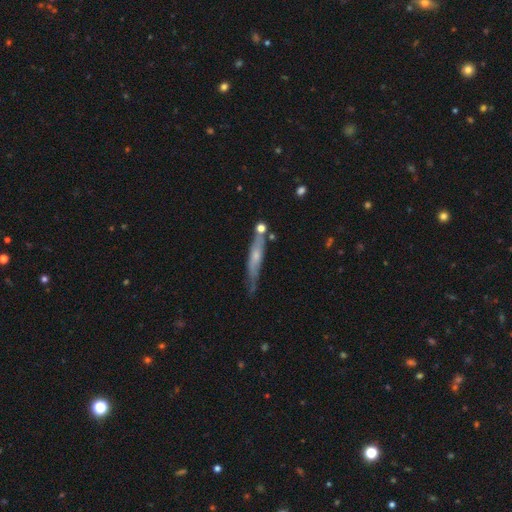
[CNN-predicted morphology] featured or disk 50%, smooth 43%, star or artifact 7%. Down the decision tree: merging — none (63%).